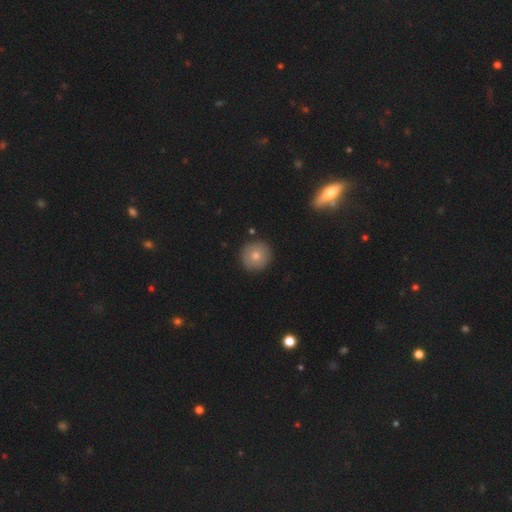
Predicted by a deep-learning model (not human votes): smooth-or-featured: smooth: 77% | featured or disk: 15% | star or artifact: 9%
  how-rounded: round: 95% | in between: 4% | cigar-shaped: 1%
  merging: none: 91% | minor disturbance: 6% | major disturbance: 2% | merger: 2%